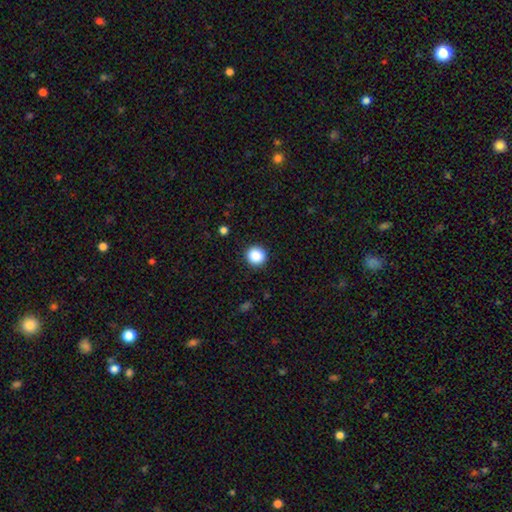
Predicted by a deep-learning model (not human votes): Smooth or featured?
  - smooth: 88% *
  - star or artifact: 10%
  - featured or disk: 3%
How rounded?
  - round: 94% *
  - in between: 5%
  - cigar-shaped: 1%
Merging?
  - none: 91% *
  - minor disturbance: 6%
  - major disturbance: 2%
  - merger: 1%